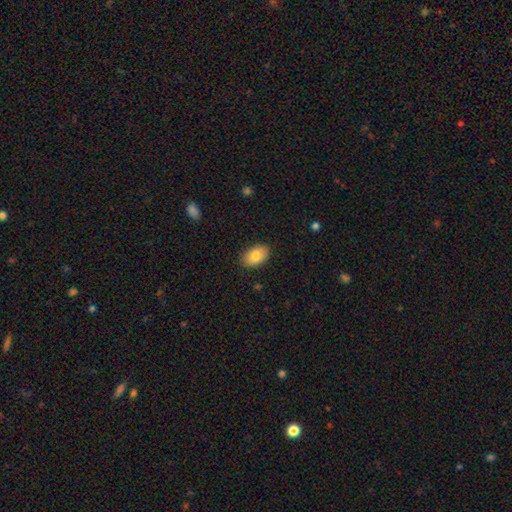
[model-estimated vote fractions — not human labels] Overall: smooth (82%). How rounded: in between (91%). Merging: none (87%).